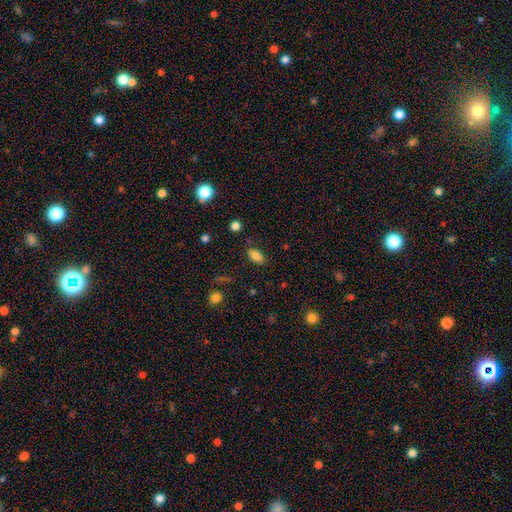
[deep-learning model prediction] Smooth or featured? Predicted: smooth (p=0.84). How rounded? Predicted: in between (p=0.90). Merging? Predicted: none (p=0.83).